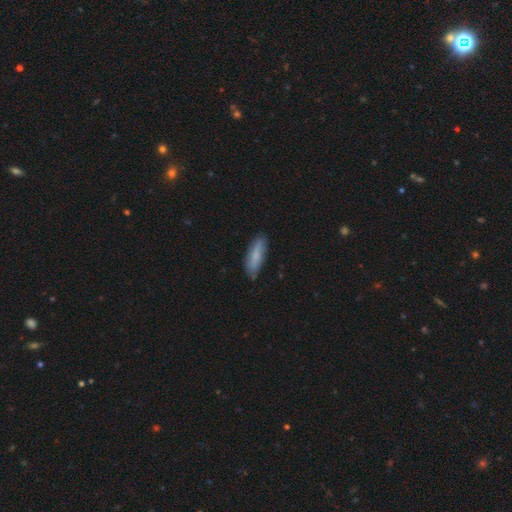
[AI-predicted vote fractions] smooth_or_featured: smooth (p=0.75) [alt: featured or disk p=0.19]
how_rounded: cigar-shaped (p=0.51) [alt: in between p=0.47]
merging: none (p=0.79) [alt: minor disturbance p=0.17]